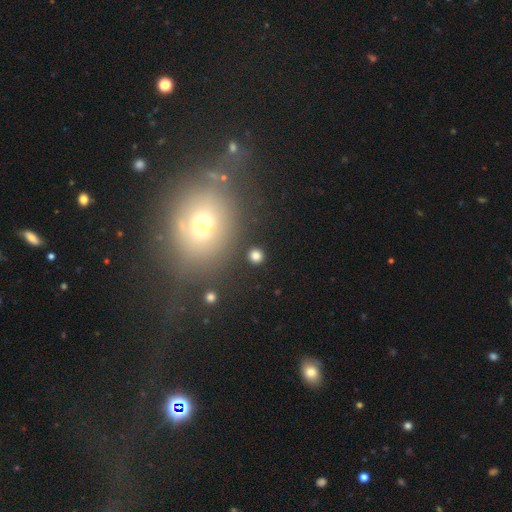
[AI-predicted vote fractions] smooth_or_featured: smooth (p=0.80) [alt: star or artifact p=0.14]
how_rounded: round (p=0.88) [alt: in between p=0.11]
merging: none (p=0.88) [alt: minor disturbance p=0.06]